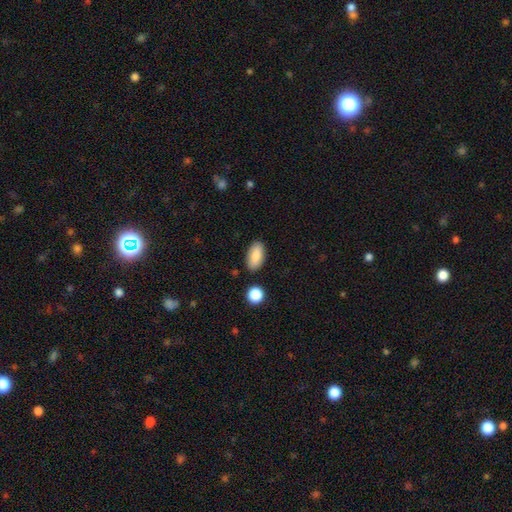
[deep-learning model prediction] Smooth or featured?
  - smooth: 86% *
  - featured or disk: 7%
  - star or artifact: 7%
How rounded?
  - in between: 92% *
  - cigar-shaped: 4%
  - round: 3%
Merging?
  - none: 86% *
  - minor disturbance: 9%
  - merger: 3%
  - major disturbance: 2%